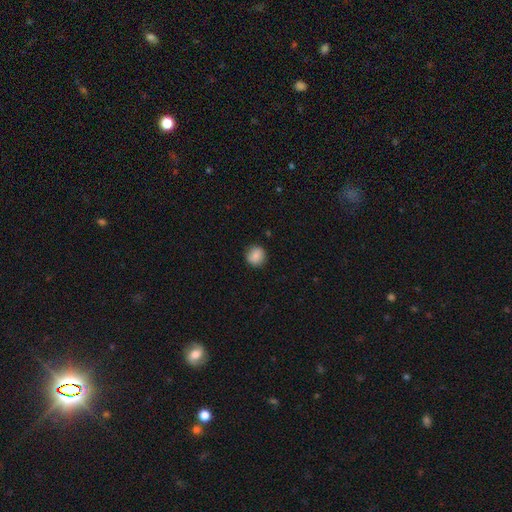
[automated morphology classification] smooth_or_featured: smooth (p=0.86) [alt: star or artifact p=0.09]
how_rounded: round (p=0.89) [alt: in between p=0.10]
merging: none (p=0.88) [alt: minor disturbance p=0.09]